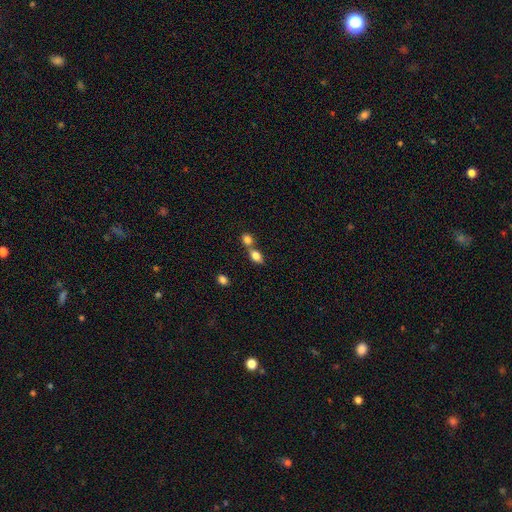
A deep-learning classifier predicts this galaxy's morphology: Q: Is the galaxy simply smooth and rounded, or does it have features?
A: smooth — 81%.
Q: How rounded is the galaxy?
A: in between — 75%.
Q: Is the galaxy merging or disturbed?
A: merger — 49%.